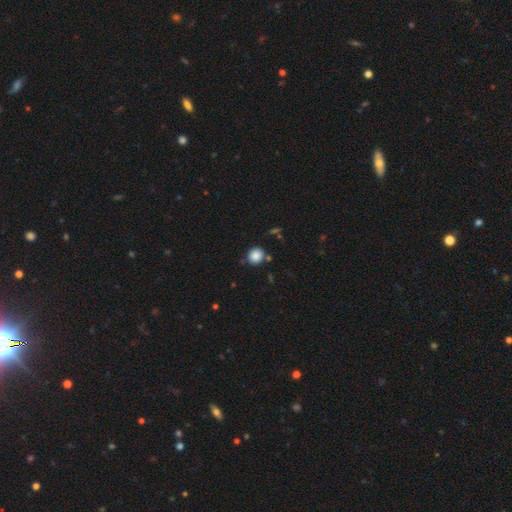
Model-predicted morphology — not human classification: The model was most divided on "merging": none: 83%, minor disturbance: 9%, merger: 6%, major disturbance: 3%. More confident: how rounded — round (86%); smooth or featured — smooth (86%).